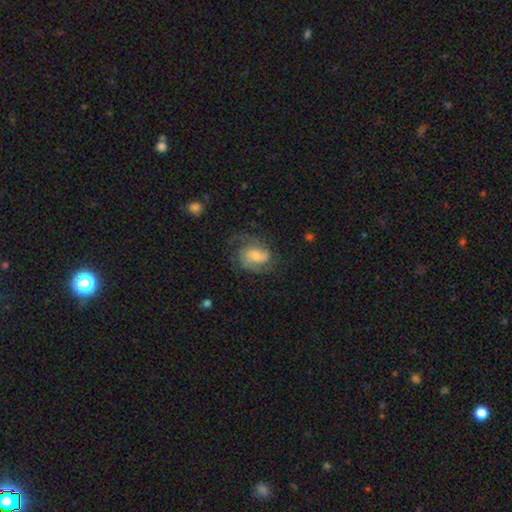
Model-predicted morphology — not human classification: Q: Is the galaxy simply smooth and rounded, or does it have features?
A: featured or disk — 70%.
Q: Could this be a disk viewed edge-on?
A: no — 97%.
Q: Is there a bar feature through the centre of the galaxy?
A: no — 45%.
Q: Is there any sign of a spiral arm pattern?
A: yes — 92%.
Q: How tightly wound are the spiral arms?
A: medium — 48%.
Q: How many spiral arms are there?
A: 2 — 63%.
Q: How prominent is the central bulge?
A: moderate — 45%.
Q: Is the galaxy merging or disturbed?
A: none — 62%.